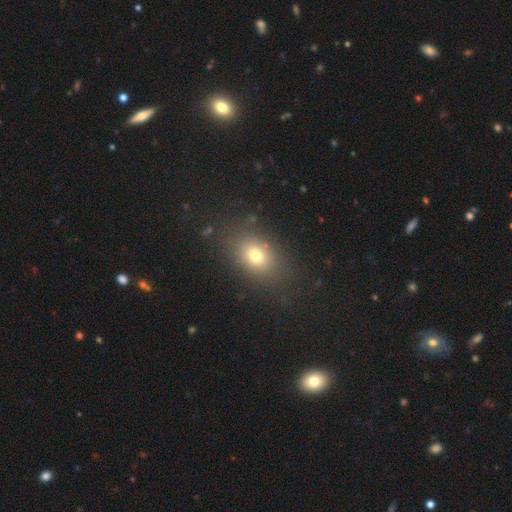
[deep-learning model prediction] Overall: smooth (73%). How rounded: in between (70%). Merging: none (81%).